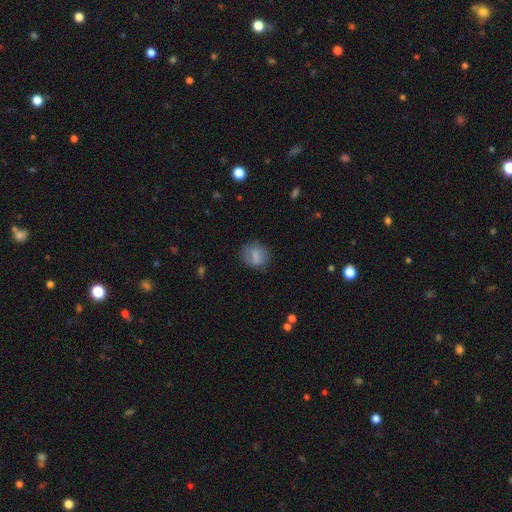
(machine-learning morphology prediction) type=smooth (78%); roundness=round (63%); merging=none (75%).